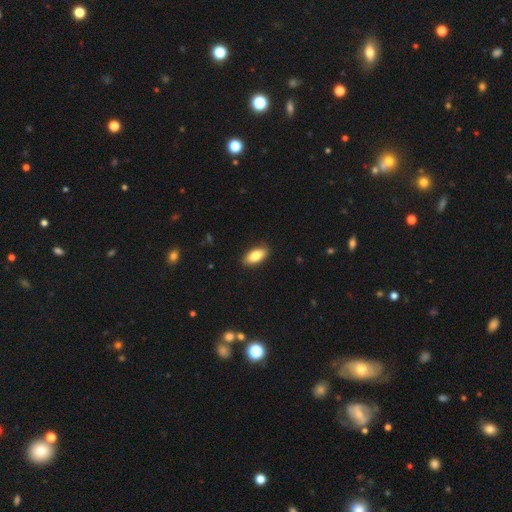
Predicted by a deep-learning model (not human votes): Smooth or featured: smooth — 84% (featured or disk — 9%)
How rounded: in between — 89% (cigar-shaped — 8%)
Merging: none — 88% (minor disturbance — 9%)